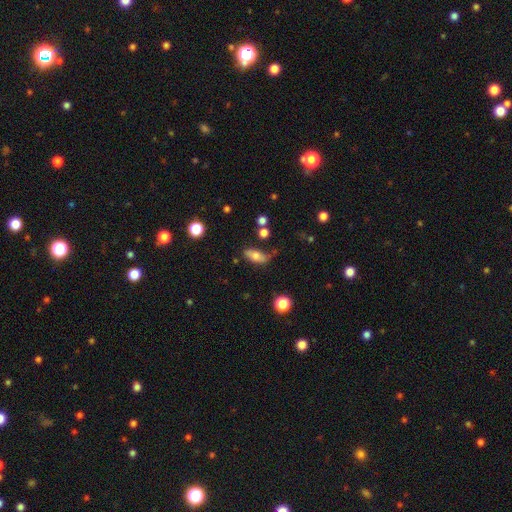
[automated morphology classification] smooth-or-featured: smooth: 69% | featured or disk: 21% | star or artifact: 9%
  how-rounded: in between: 78% | cigar-shaped: 17% | round: 5%
  merging: none: 67% | minor disturbance: 22% | major disturbance: 6% | merger: 5%